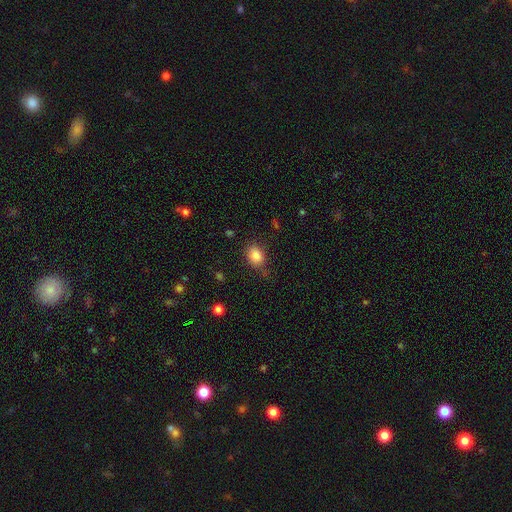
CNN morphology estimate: smooth-or-featured: smooth: 84% | star or artifact: 10% | featured or disk: 6%
  how-rounded: in between: 62% | round: 37% | cigar-shaped: 1%
  merging: none: 73% | minor disturbance: 19% | major disturbance: 6% | merger: 2%